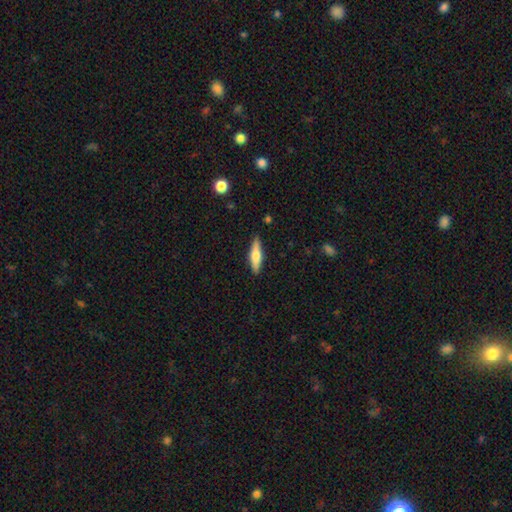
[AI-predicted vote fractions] Smooth or featured?
  - smooth: 49% *
  - featured or disk: 45%
  - star or artifact: 6%
Merging?
  - none: 88% *
  - minor disturbance: 9%
  - major disturbance: 2%
  - merger: 1%